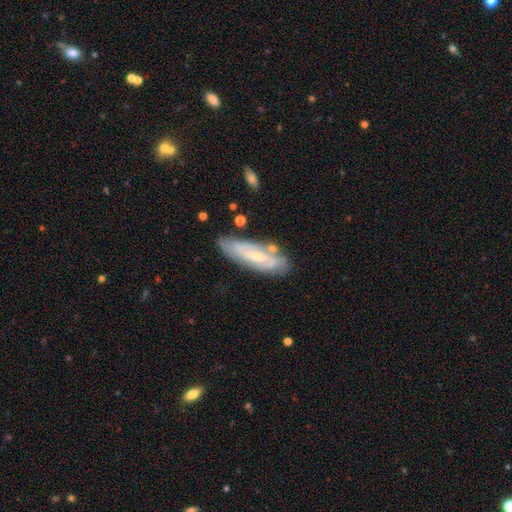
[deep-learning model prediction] Smooth or featured?
  - featured or disk: 62% *
  - smooth: 31%
  - star or artifact: 7%
Edge-on disk?
  - no: 73% *
  - yes: 27%
Merging?
  - none: 73% *
  - minor disturbance: 18%
  - merger: 5%
  - major disturbance: 4%